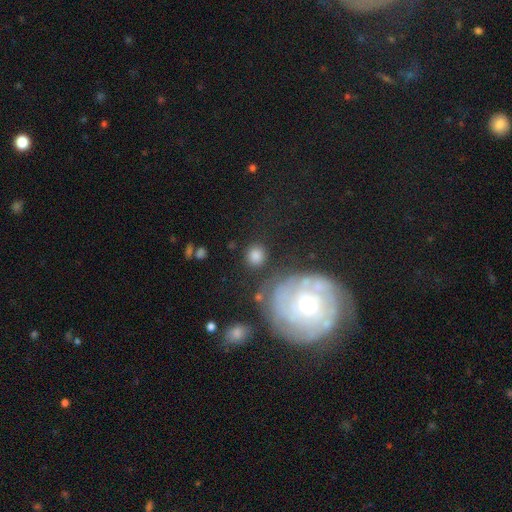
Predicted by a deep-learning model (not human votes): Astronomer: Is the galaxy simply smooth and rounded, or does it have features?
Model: smooth — 70%.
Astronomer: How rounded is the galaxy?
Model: round — 82%.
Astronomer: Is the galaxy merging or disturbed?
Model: none — 77%.